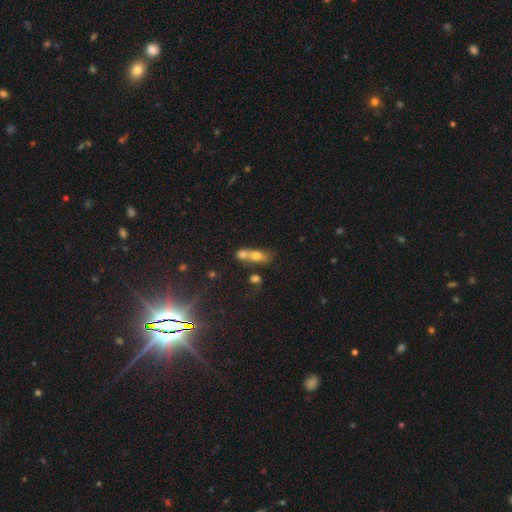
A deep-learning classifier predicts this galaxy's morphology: Smooth or featured? smooth (66%)
How rounded? in between (62%)
Merging? merger (64%)